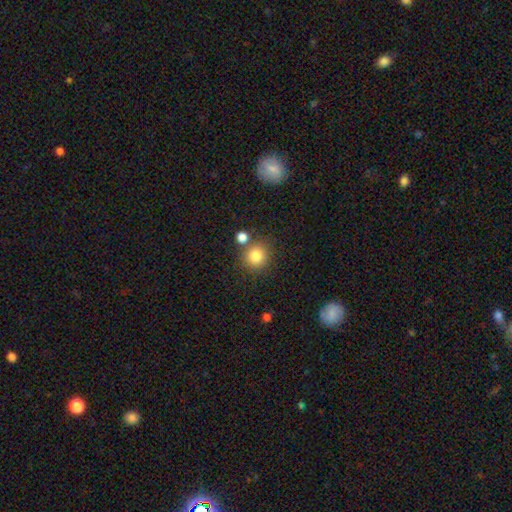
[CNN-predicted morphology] A smooth galaxy with no disk features (83%) that is round (90%).

Vote fractions:
- Smooth or featured? smooth: 83% / star or artifact: 11% / featured or disk: 6%
- How rounded? round: 90% / in between: 9% / cigar-shaped: 1%
- Merging? none: 75% / merger: 13% / minor disturbance: 9% / major disturbance: 3%